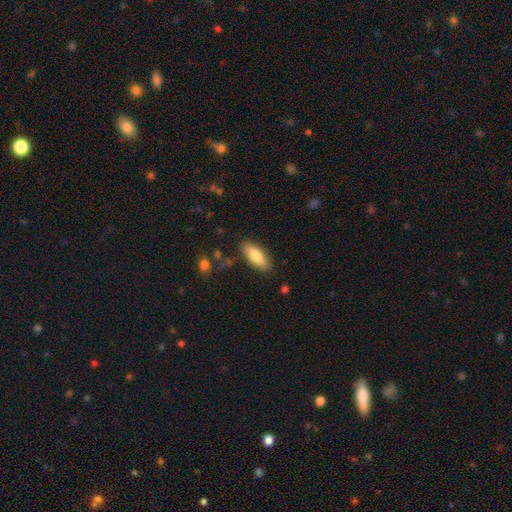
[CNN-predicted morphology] smooth-or-featured: smooth: 78% | featured or disk: 16% | star or artifact: 6%
  how-rounded: in between: 70% | cigar-shaped: 28% | round: 2%
  merging: none: 84% | minor disturbance: 11% | major disturbance: 3% | merger: 2%